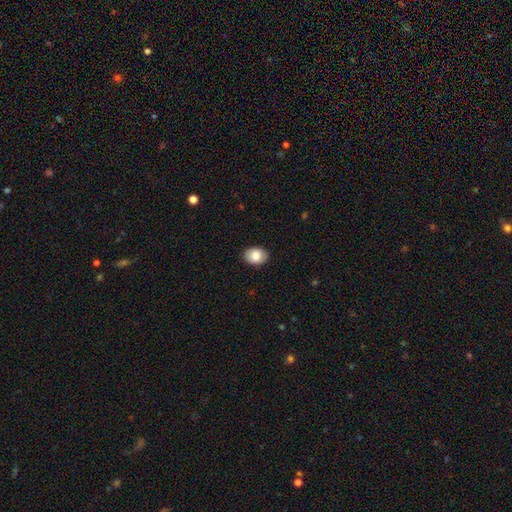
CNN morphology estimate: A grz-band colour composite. It shows a smooth galaxy with no disk features (83%) that is in between round and cigar-shaped (71%). Merging: none (89%).